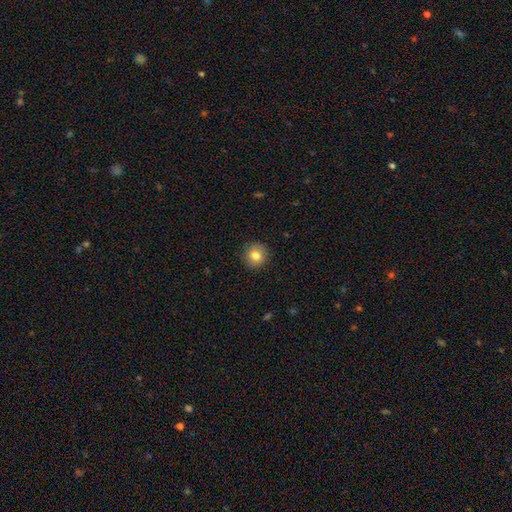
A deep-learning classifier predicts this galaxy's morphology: smooth-or-featured: smooth: 81% | star or artifact: 10% | featured or disk: 9%
  how-rounded: round: 90% | in between: 9% | cigar-shaped: 1%
  merging: none: 91% | minor disturbance: 7% | major disturbance: 2% | merger: 1%